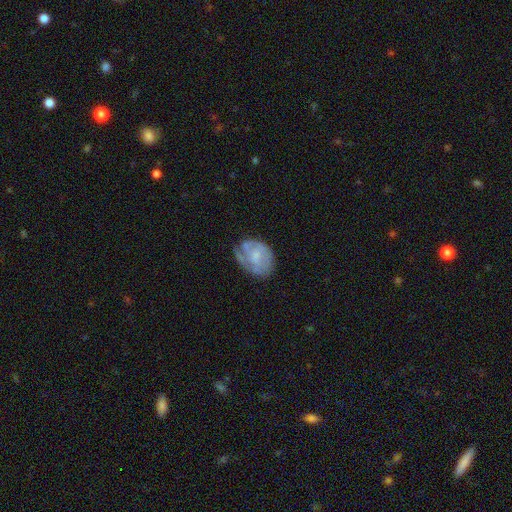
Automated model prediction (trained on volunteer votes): Morphology: type=featured or disk (53%); edge-on=no (97%); bar=no (71%); spiral arms=yes (60%); bulge=small (36%); merging=none (52%).